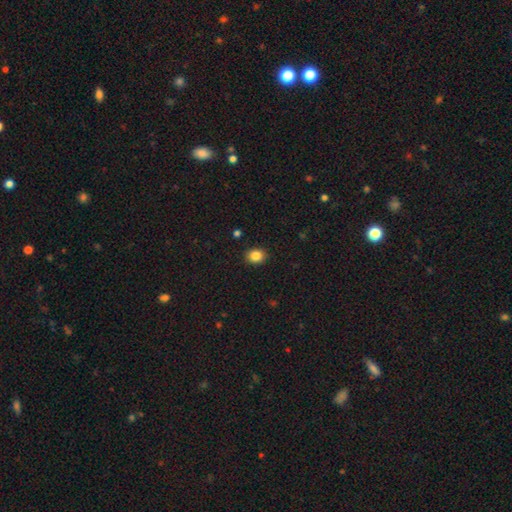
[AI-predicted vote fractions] smooth-or-featured: smooth: 85% | star or artifact: 10% | featured or disk: 5%
  how-rounded: round: 65% | in between: 34% | cigar-shaped: 1%
  merging: none: 90% | minor disturbance: 7% | major disturbance: 2% | merger: 1%